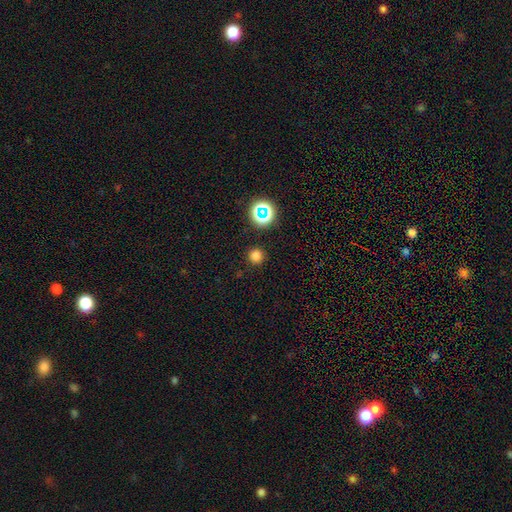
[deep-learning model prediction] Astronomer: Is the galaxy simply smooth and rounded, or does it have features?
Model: smooth — 75%.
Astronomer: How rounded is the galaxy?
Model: round — 95%.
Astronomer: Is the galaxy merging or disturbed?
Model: none — 90%.